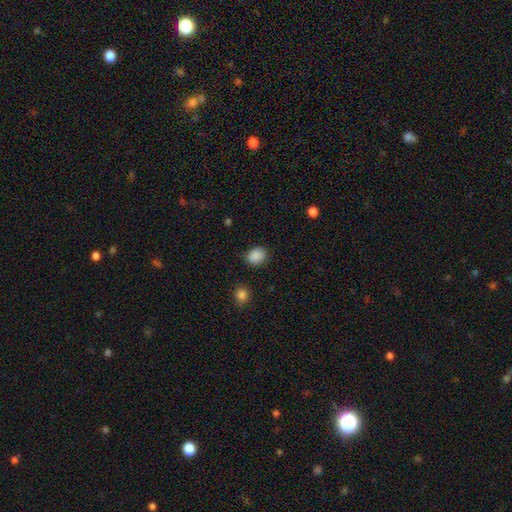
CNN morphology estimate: A smooth galaxy with no disk features (88%) that is round (50%). Merging: none (81%).